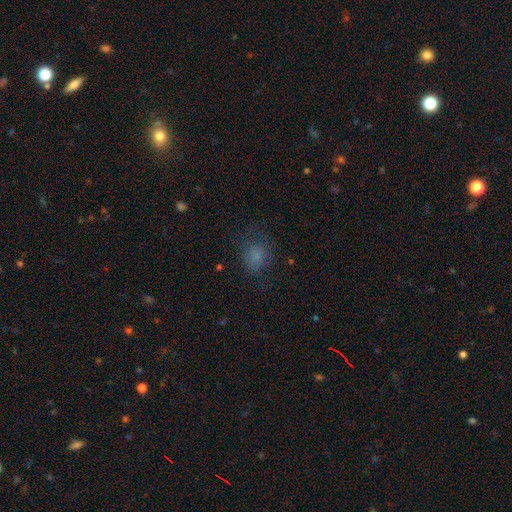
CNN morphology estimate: Smooth or featured? smooth (73%)
How rounded? round (60%)
Merging? none (66%)